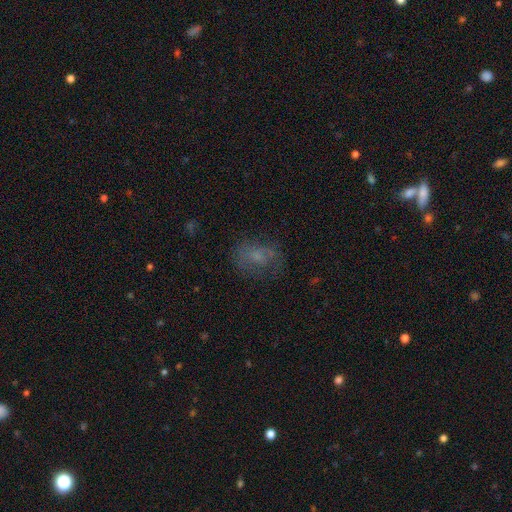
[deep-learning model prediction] A smooth galaxy with no disk features (54%) that is in between round and cigar-shaped (67%).

Vote fractions:
- Smooth or featured? smooth: 54% / featured or disk: 30% / star or artifact: 16%
- How rounded? in between: 67% / round: 32% / cigar-shaped: 2%
- Merging? none: 54% / minor disturbance: 23% / major disturbance: 21% / merger: 2%